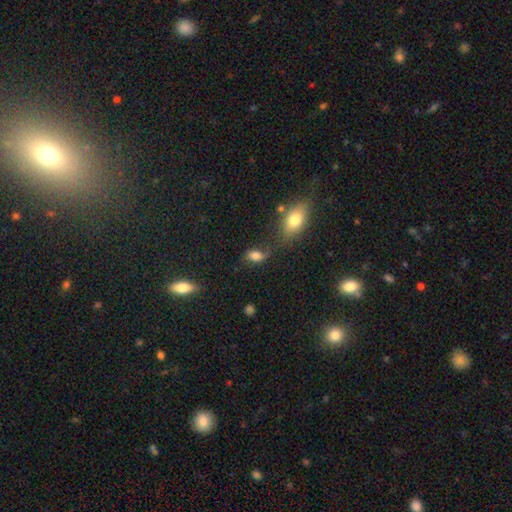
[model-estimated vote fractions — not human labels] Smooth or featured?
  - smooth: 74% *
  - featured or disk: 15%
  - star or artifact: 12%
How rounded?
  - in between: 85% *
  - round: 12%
  - cigar-shaped: 3%
Merging?
  - none: 56% *
  - minor disturbance: 23%
  - major disturbance: 11%
  - merger: 9%